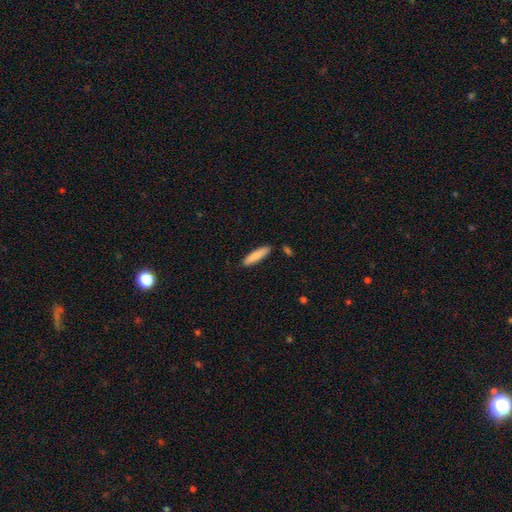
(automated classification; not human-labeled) smooth_or_featured: smooth (p=0.84) [alt: featured or disk p=0.10]
how_rounded: cigar-shaped (p=0.78) [alt: in between p=0.20]
merging: none (p=0.87) [alt: minor disturbance p=0.09]